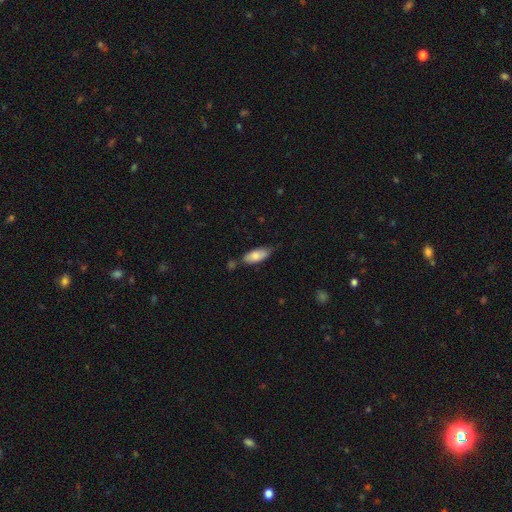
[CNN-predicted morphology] A smooth galaxy with no disk features (79%) that is in between round and cigar-shaped (82%). Merging: none (67%).